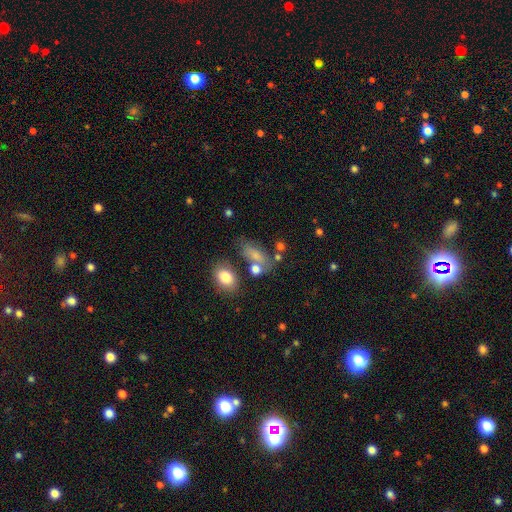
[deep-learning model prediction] The model was most divided on "merging": none: 48%, minor disturbance: 22%, merger: 16%, major disturbance: 13%. More confident: how rounded — in between (80%); smooth or featured — smooth (72%).